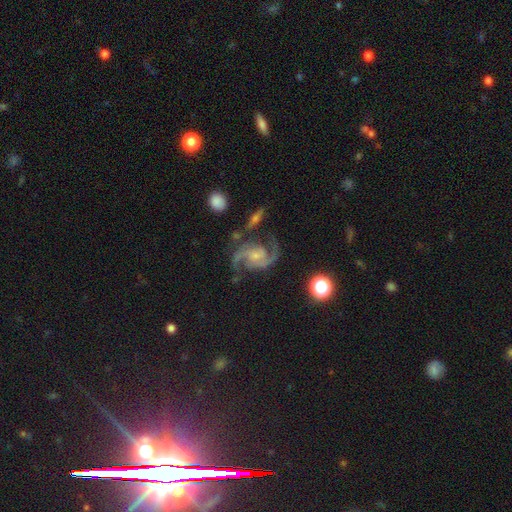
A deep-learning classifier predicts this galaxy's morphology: Smooth or featured? featured or disk (92%)
Edge-on disk? no (98%)
Bar? no (57%)
Spiral arms? yes (98%)
Spiral winding? medium (59%)
Spiral arm count? 2 (88%)
Bulge size? small (64%)
Merging? none (68%)